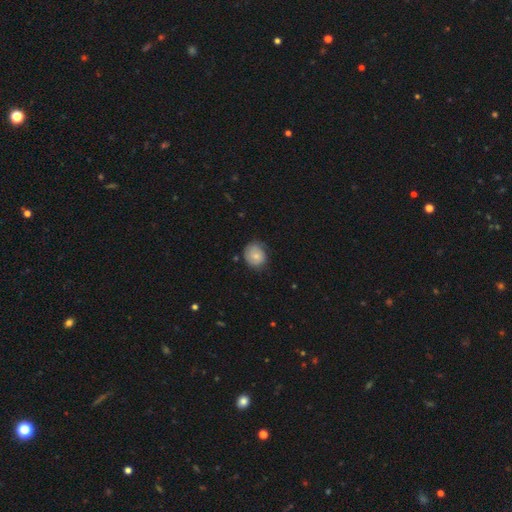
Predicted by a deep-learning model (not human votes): Smooth or featured: smooth — 71% (featured or disk — 22%)
How rounded: round — 70% (in between — 29%)
Merging: none — 68% (minor disturbance — 25%)